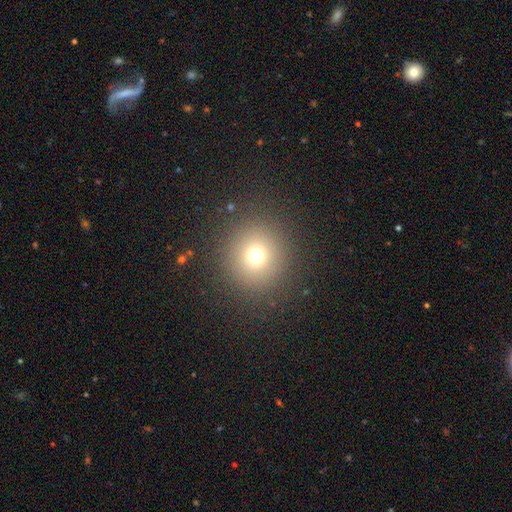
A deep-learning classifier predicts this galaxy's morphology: This is likely a smooth galaxy (71%). How rounded: clearly round (93%). Merging: clearly none (89%).